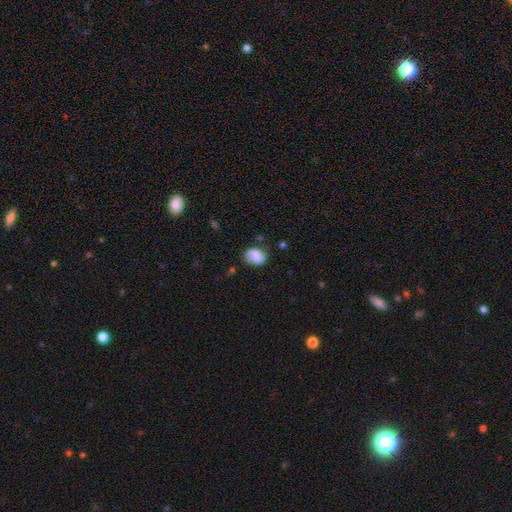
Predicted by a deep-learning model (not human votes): Smooth or featured? smooth (71%)
How rounded? in between (63%)
Merging? none (67%)